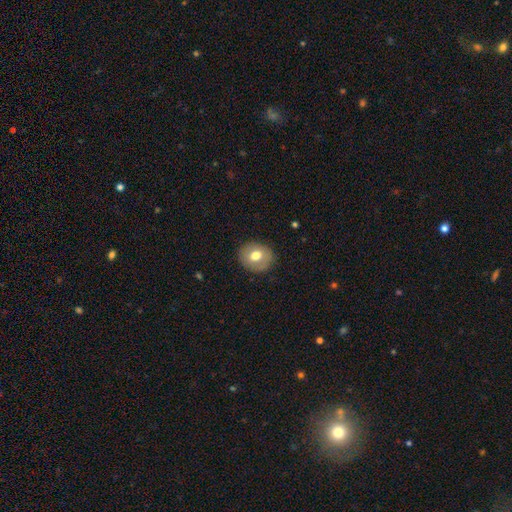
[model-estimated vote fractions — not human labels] Overall: smooth (70%). How rounded: round (69%; in between 30%). Merging: none (87%).